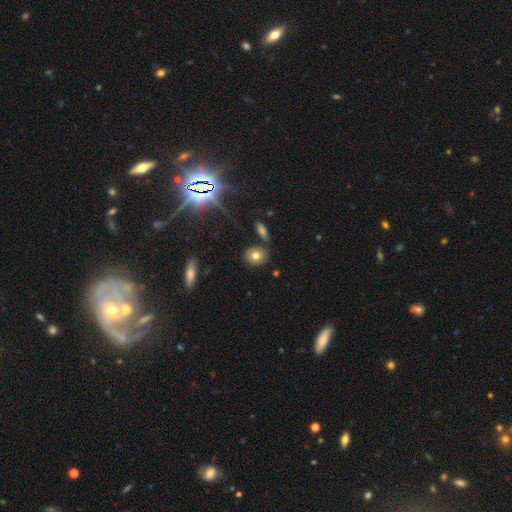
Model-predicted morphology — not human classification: The model was most divided on "how rounded": round: 63%, in between: 35%, cigar-shaped: 2%. More confident: merging — none (81%); smooth or featured — smooth (73%).